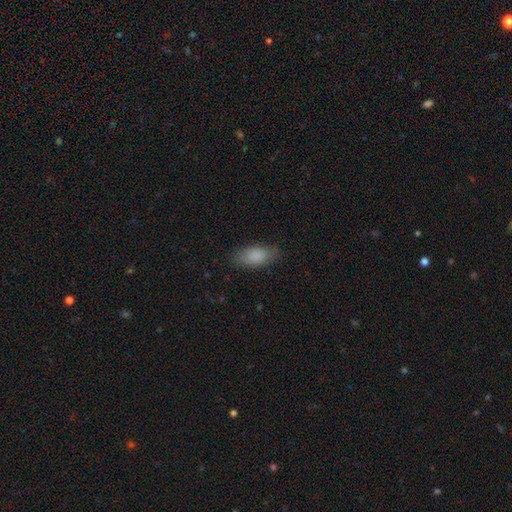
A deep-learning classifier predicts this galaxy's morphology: A smooth galaxy with no disk features (87%) that is in between round and cigar-shaped (88%).

Vote fractions:
- Smooth or featured? smooth: 87% / star or artifact: 7% / featured or disk: 6%
- How rounded? in between: 88% / cigar-shaped: 9% / round: 3%
- Merging? none: 82% / minor disturbance: 14% / major disturbance: 4% / merger: 1%